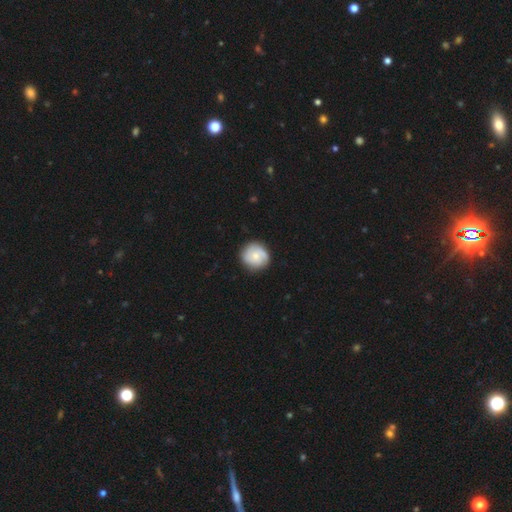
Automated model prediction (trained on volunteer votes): Smooth or featured: smooth — 54% (featured or disk — 40%)
How rounded: round — 90% (in between — 9%)
Merging: none — 81% (minor disturbance — 14%)